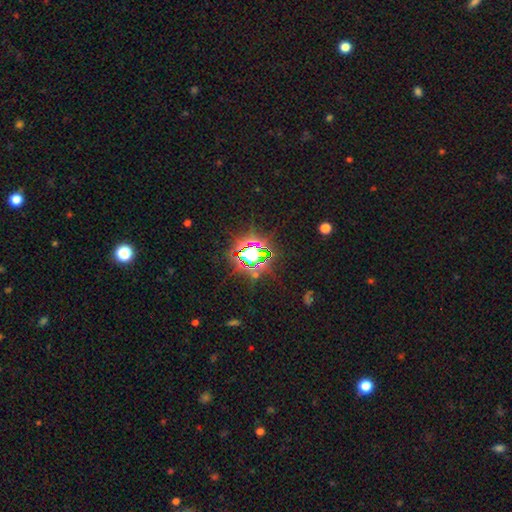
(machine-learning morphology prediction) Smooth or featured?
  - star or artifact: 76% *
  - smooth: 14%
  - featured or disk: 11%